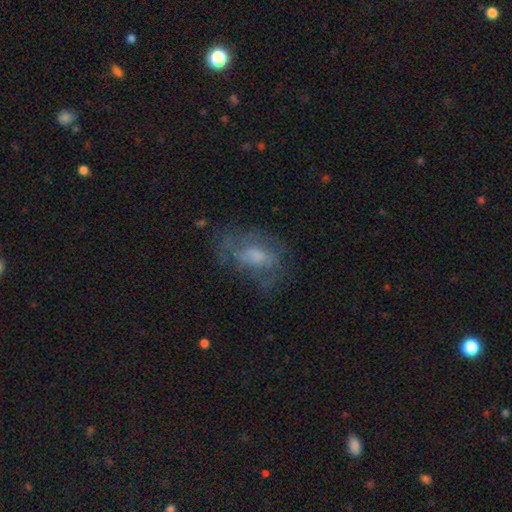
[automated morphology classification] Overall: featured or disk (51%; smooth 38%). Edge-on disk: no (95%). Merging: none (51%; major disturbance 25%).